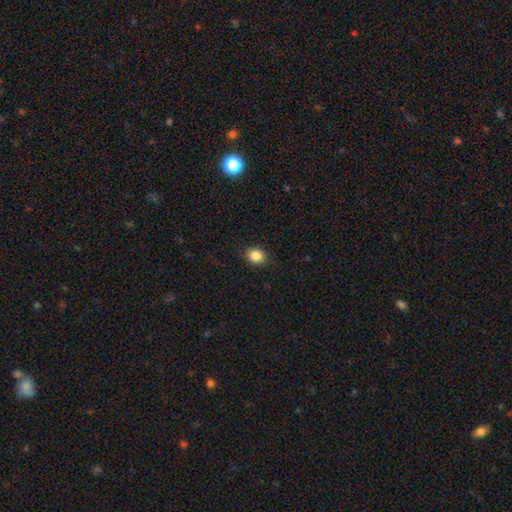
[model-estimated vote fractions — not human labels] Morphology: type=smooth (86%); roundness=round (60%); merging=none (88%).